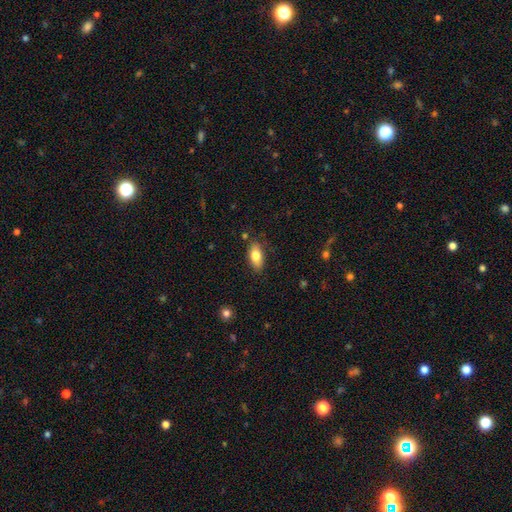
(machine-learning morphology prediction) Smooth or featured? Predicted: smooth (p=0.79). How rounded? Predicted: in between (p=0.88). Merging? Predicted: none (p=0.80).